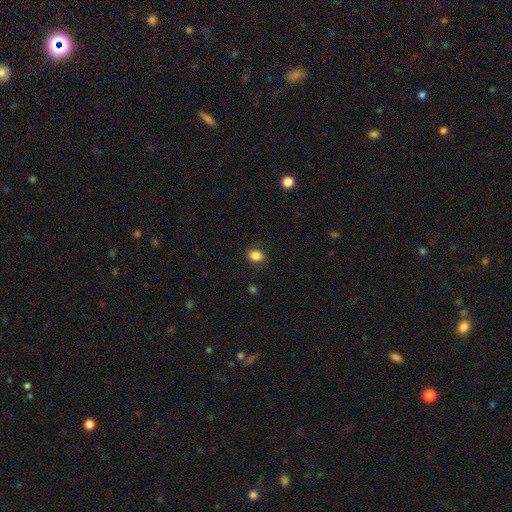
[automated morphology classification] A smooth galaxy with no disk features (86%) that is round (52%).

Vote fractions:
- Smooth or featured? smooth: 86% / star or artifact: 10% / featured or disk: 4%
- How rounded? round: 52% / in between: 47% / cigar-shaped: 1%
- Merging? none: 86% / minor disturbance: 10% / major disturbance: 3% / merger: 1%